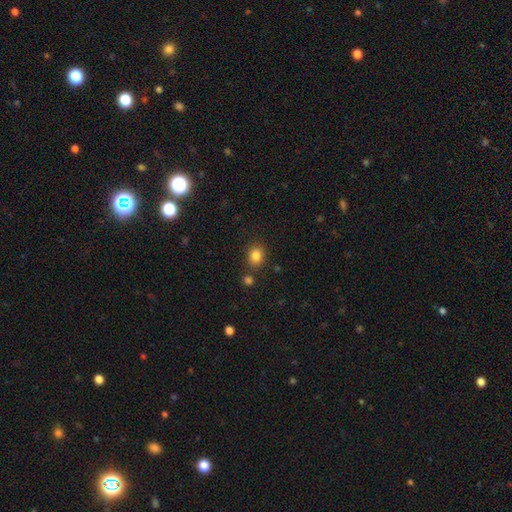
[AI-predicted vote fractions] Smooth or featured? smooth (84%)
How rounded? round (63%)
Merging? none (81%)